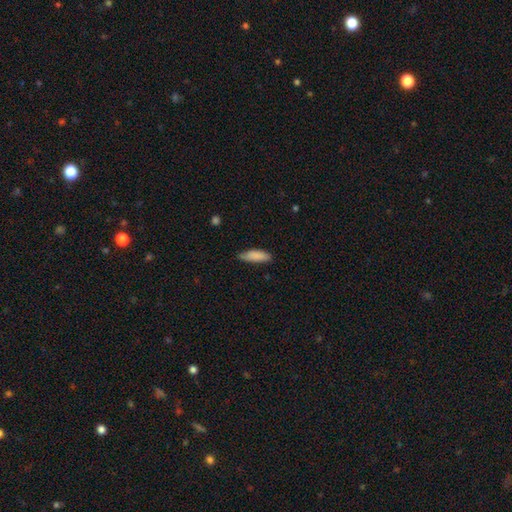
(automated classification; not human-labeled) Smooth or featured?
  - smooth: 87% *
  - featured or disk: 7%
  - star or artifact: 6%
How rounded?
  - in between: 53% *
  - cigar-shaped: 45%
  - round: 2%
Merging?
  - none: 70% *
  - minor disturbance: 25%
  - major disturbance: 3%
  - merger: 2%